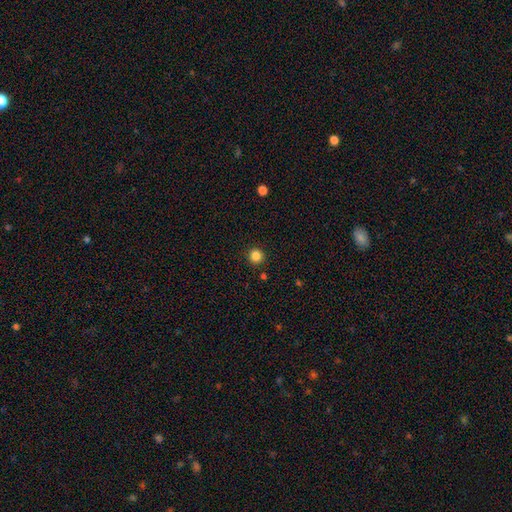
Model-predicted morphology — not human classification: Q: Smooth or featured?
A: smooth (84%); runner-up: star or artifact (12%)
Q: How rounded?
A: round (95%); runner-up: in between (4%)
Q: Merging?
A: none (91%); runner-up: minor disturbance (5%)